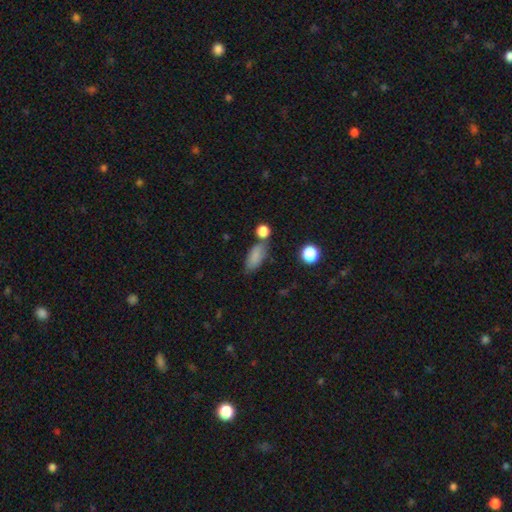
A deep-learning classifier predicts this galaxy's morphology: A smooth galaxy with no disk features (83%) that is in between round and cigar-shaped (82%).

Vote fractions:
- Smooth or featured? smooth: 83% / star or artifact: 9% / featured or disk: 8%
- How rounded? in between: 82% / cigar-shaped: 13% / round: 5%
- Merging? none: 64% / minor disturbance: 18% / merger: 13% / major disturbance: 5%